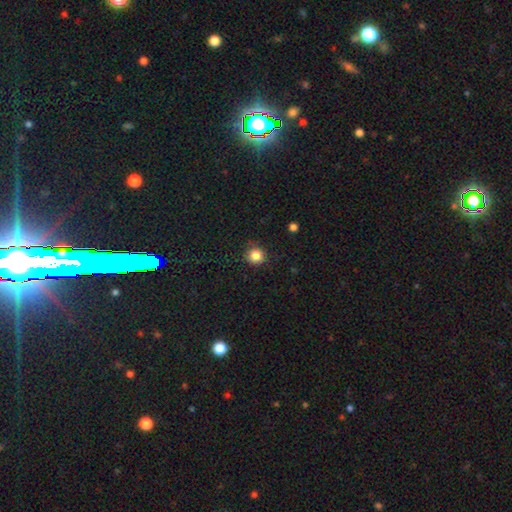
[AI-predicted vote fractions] Smooth or featured? smooth (85%)
How rounded? round (94%)
Merging? none (88%)